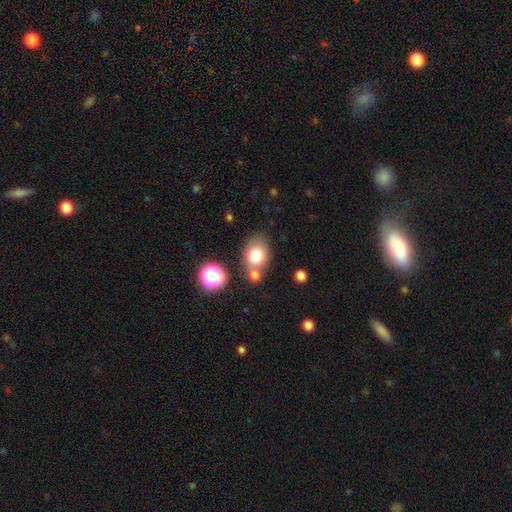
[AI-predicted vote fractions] This is likely a smooth galaxy (78%). How rounded: likely in between (64%). Merging: possibly none (58%).